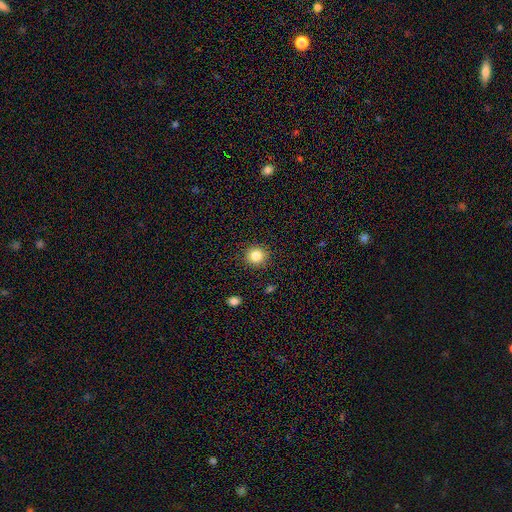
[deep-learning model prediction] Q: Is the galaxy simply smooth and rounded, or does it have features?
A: smooth — 84%.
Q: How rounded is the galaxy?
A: round — 91%.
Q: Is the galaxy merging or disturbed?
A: none — 90%.